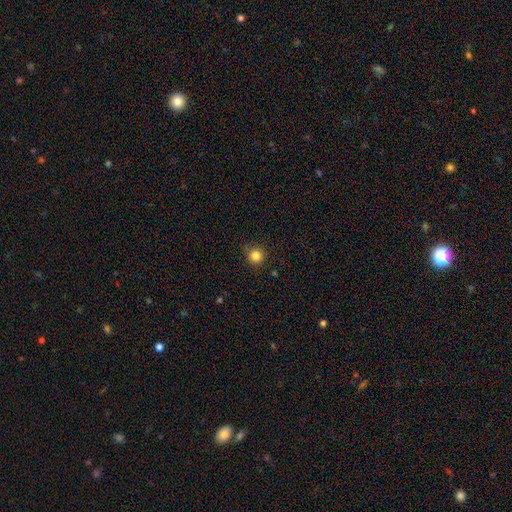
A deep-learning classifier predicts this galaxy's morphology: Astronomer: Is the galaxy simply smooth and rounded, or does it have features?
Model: smooth — 83%.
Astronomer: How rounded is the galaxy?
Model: round — 93%.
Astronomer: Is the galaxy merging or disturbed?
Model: none — 82%.